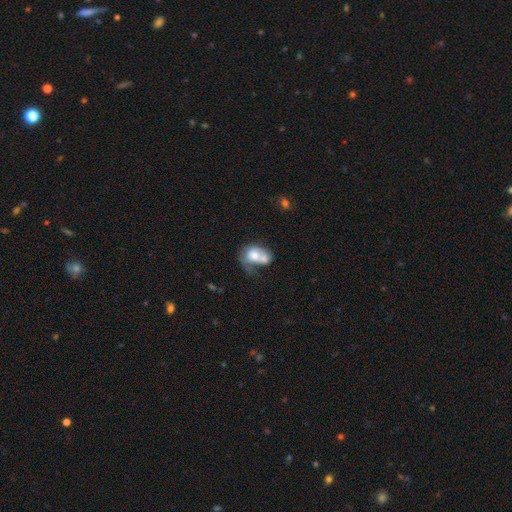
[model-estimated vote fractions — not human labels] Morphology: type=smooth (62%); roundness=in between (67%); merging=merger (58%).